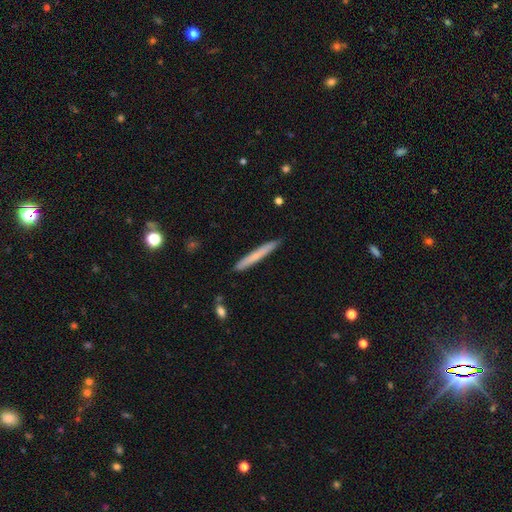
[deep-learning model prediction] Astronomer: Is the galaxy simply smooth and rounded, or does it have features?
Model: smooth — 63%.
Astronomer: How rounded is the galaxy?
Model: cigar-shaped — 96%.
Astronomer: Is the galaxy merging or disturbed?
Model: none — 89%.